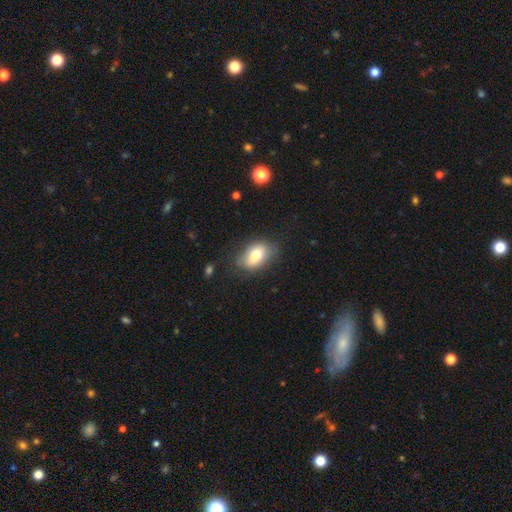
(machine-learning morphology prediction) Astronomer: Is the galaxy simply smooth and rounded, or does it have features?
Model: smooth — 75%.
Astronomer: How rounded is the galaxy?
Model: in between — 88%.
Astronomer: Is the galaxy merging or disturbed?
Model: none — 72%.